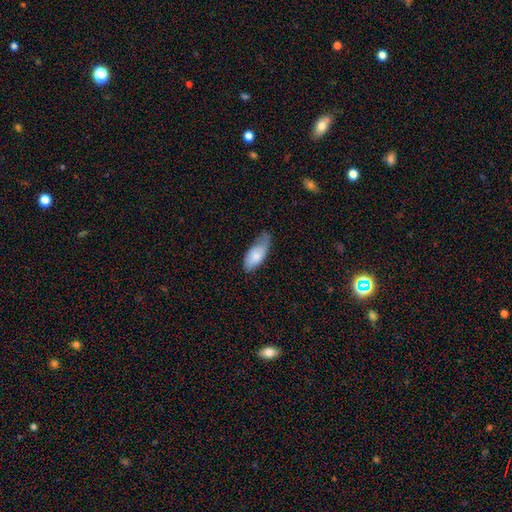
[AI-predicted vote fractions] The model was most divided on "merging": minor disturbance: 43%, none: 41%, major disturbance: 14%, merger: 2%. More confident: how rounded — in between (87%); smooth or featured — smooth (78%).